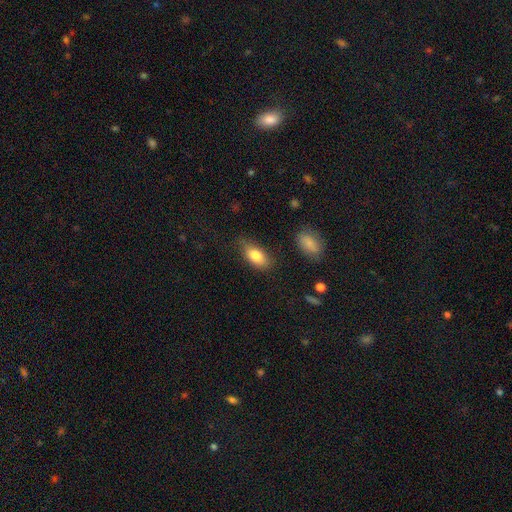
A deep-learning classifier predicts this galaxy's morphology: Smooth or featured?
  - smooth: 83% *
  - featured or disk: 10%
  - star or artifact: 7%
How rounded?
  - in between: 90% *
  - cigar-shaped: 5%
  - round: 5%
Merging?
  - none: 70% *
  - minor disturbance: 22%
  - major disturbance: 6%
  - merger: 2%